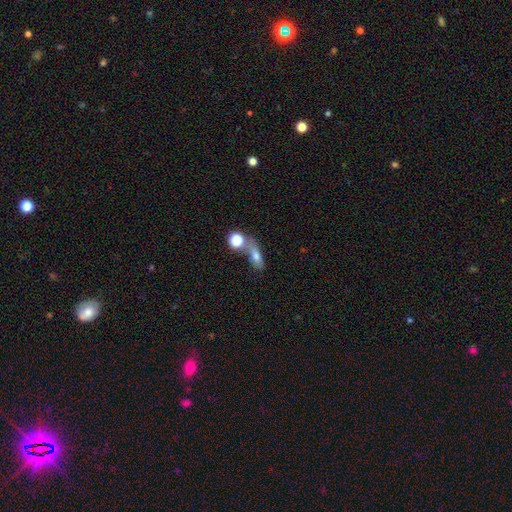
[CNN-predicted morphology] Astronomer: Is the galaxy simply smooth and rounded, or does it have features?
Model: smooth — 65%.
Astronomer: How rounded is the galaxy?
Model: in between — 57%.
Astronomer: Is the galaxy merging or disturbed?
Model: none — 37% (runner-up: merger, 34%).